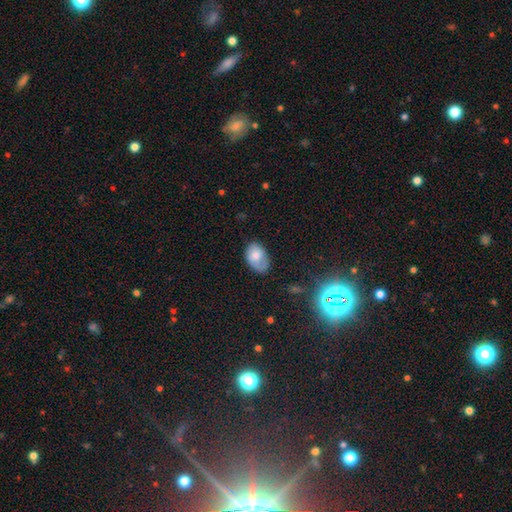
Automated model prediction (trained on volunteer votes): This is likely a smooth galaxy (74%). How rounded: clearly in between (87%). Merging: possibly none (59%).